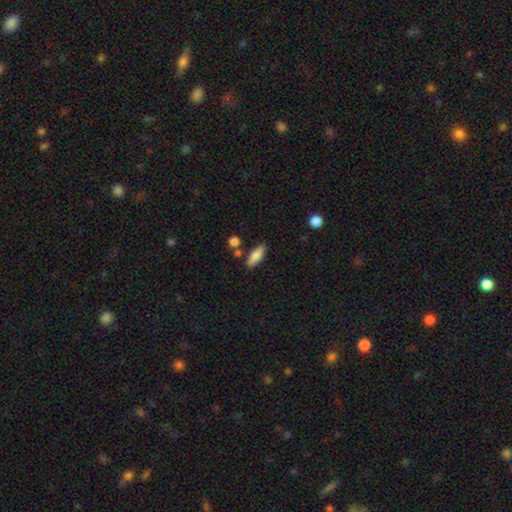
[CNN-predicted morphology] Overall: smooth (78%). How rounded: in between (57%; cigar-shaped 40%). Merging: none (79%).